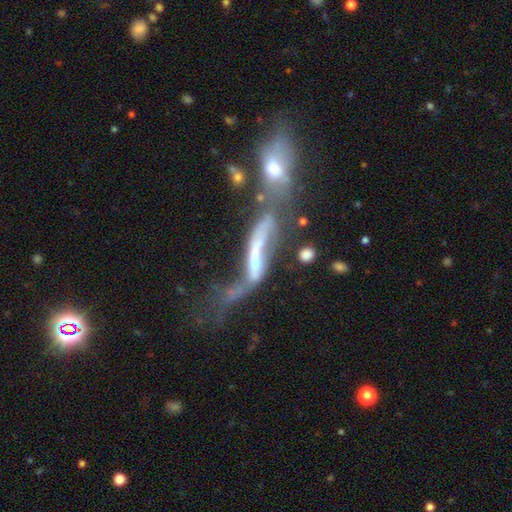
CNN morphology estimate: This is likely a featured or disk galaxy (67%). It is likely not viewed edge-on (71%). Merging: possibly merger (57%).